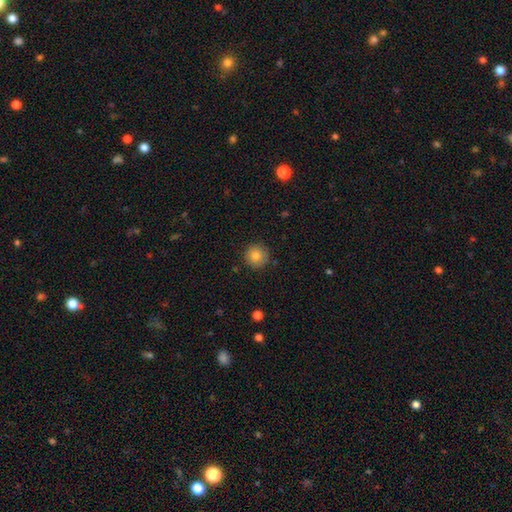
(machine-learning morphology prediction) This appears to be a smooth galaxy with no disk features (81%) that is round (95%). Merging: none (89%).